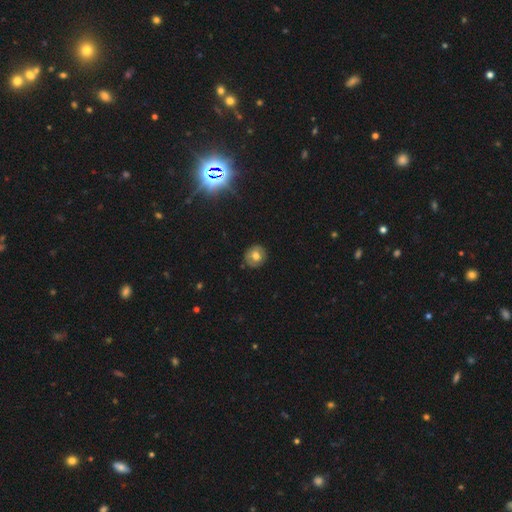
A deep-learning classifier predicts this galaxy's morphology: The model was most divided on "smooth or featured": smooth: 66%, featured or disk: 24%, star or artifact: 10%. More confident: how rounded — round (85%); merging — none (85%).